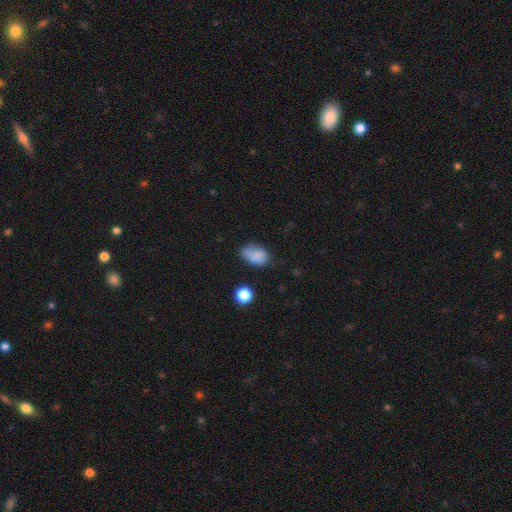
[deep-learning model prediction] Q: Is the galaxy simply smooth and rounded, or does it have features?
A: smooth — 80%.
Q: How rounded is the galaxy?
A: in between — 80%.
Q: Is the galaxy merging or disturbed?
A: none — 50%.